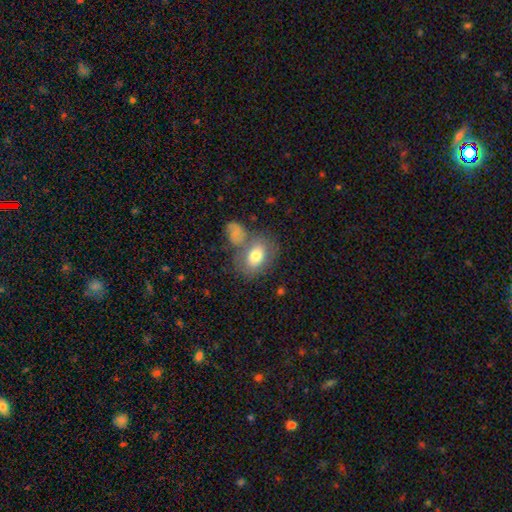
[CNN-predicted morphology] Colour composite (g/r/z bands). It shows a smooth galaxy with no disk features (72%) that is in between round and cigar-shaped (79%). Merging: none (48%).